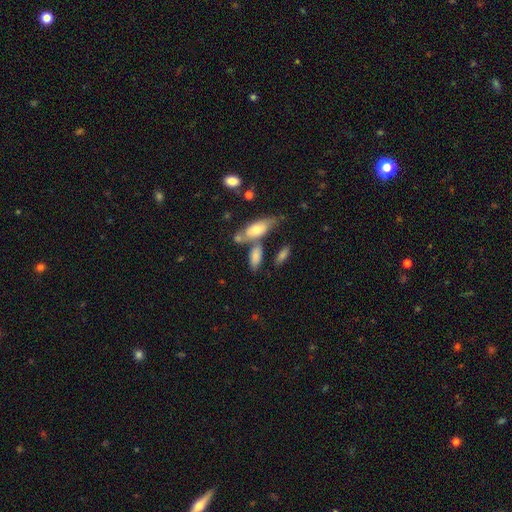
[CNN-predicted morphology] A smooth galaxy with no disk features (76%) that is in between round and cigar-shaped (79%). Merging: none (45%).